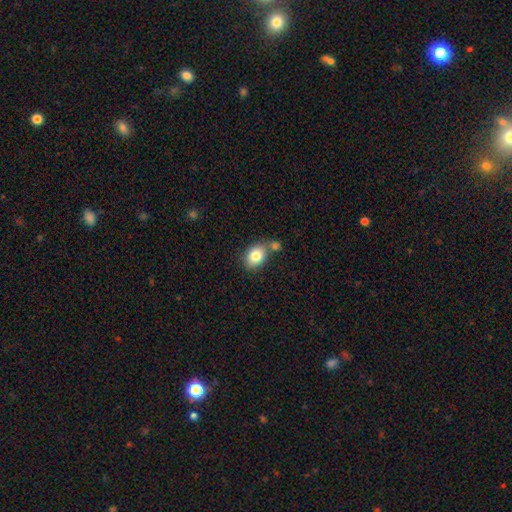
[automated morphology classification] smooth 81%, featured or disk 11%, star or artifact 8%. Down the decision tree: how rounded — in between (70%); merging — none (54%).